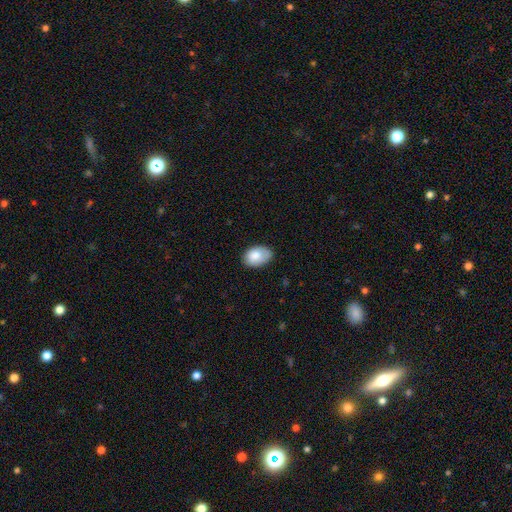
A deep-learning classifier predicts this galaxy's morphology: Smooth or featured?
  - smooth: 84% *
  - featured or disk: 9%
  - star or artifact: 7%
How rounded?
  - in between: 88% *
  - round: 11%
  - cigar-shaped: 1%
Merging?
  - none: 74% *
  - minor disturbance: 21%
  - major disturbance: 4%
  - merger: 1%